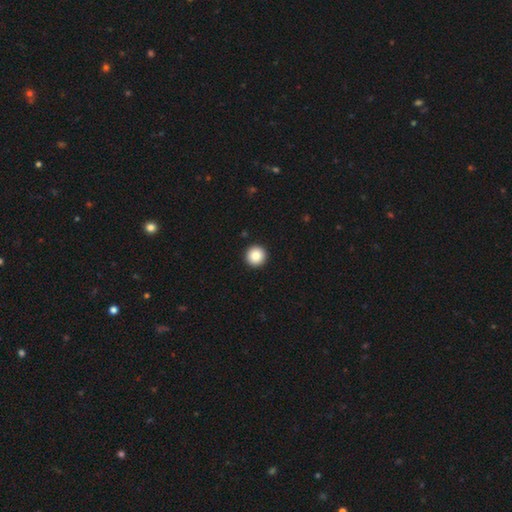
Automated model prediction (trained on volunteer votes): This appears to be a smooth galaxy with no disk features (86%) that is round (97%). Merging: none (94%).